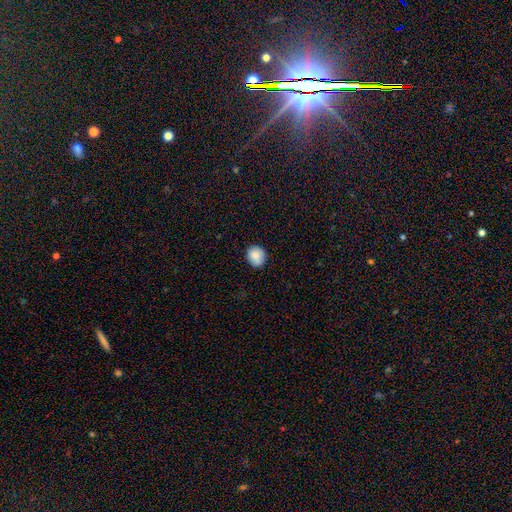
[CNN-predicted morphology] This is clearly a smooth galaxy (87%). How rounded: likely round (77%). Merging: clearly none (85%).